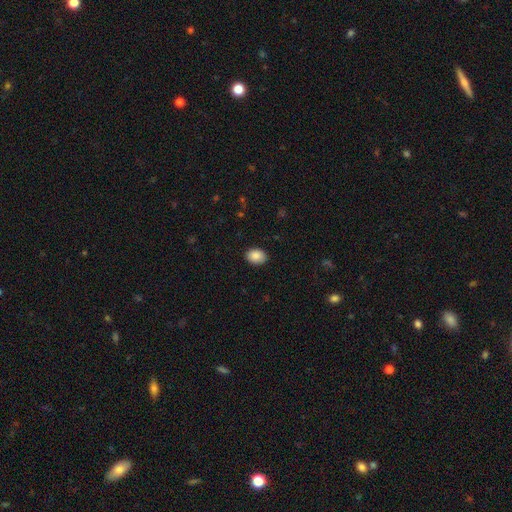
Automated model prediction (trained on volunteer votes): Overall: smooth (89%). How rounded: in between (74%). Merging: none (89%).